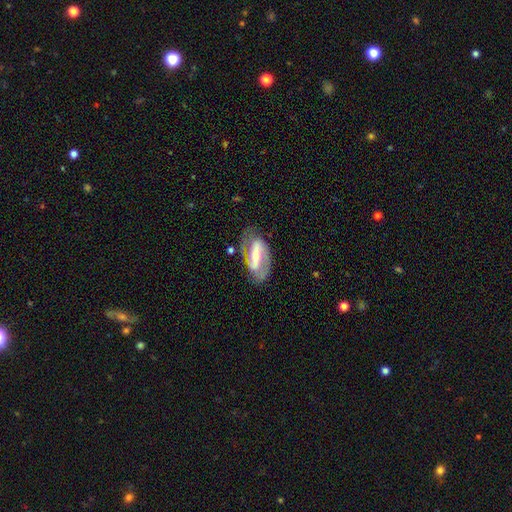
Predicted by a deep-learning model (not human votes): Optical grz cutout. It shows a featured or disk galaxy (81%) with a strong bar (68%), 2 (85%) medium (47%) spiral arms (85%) and a small central bulge (50%). Merging: none (73%).